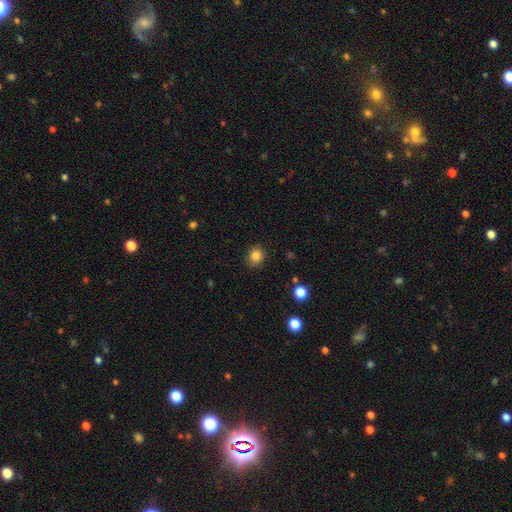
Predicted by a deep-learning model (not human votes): A smooth galaxy with no disk features (84%) that is round (80%). Merging: none (87%).